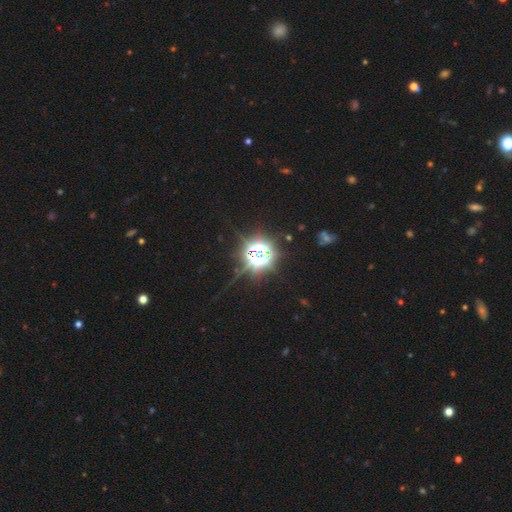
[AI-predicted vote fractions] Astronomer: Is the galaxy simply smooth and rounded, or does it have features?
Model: star or artifact — 77%.